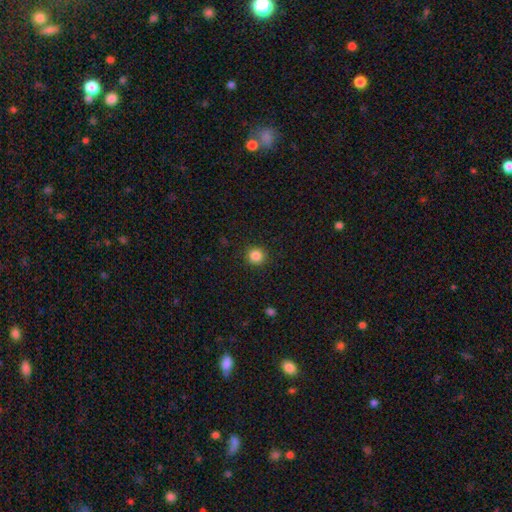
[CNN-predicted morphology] smooth-or-featured: smooth: 86% | star or artifact: 11% | featured or disk: 4%
  how-rounded: round: 94% | in between: 5% | cigar-shaped: 1%
  merging: none: 91% | minor disturbance: 6% | major disturbance: 2% | merger: 1%